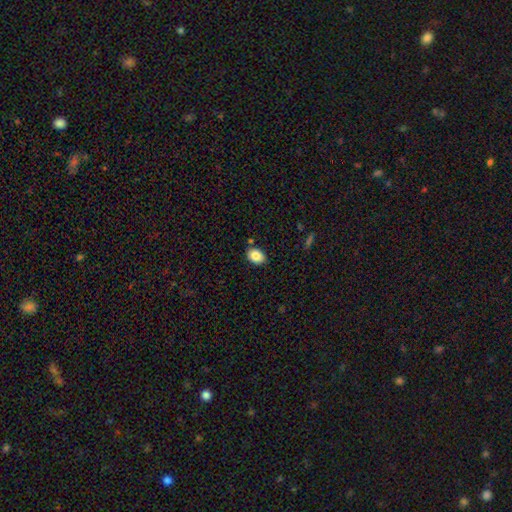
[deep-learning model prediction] smooth_or_featured: smooth (p=0.85) [alt: star or artifact p=0.08]
how_rounded: in between (p=0.74) [alt: round p=0.25]
merging: none (p=0.84) [alt: minor disturbance p=0.11]